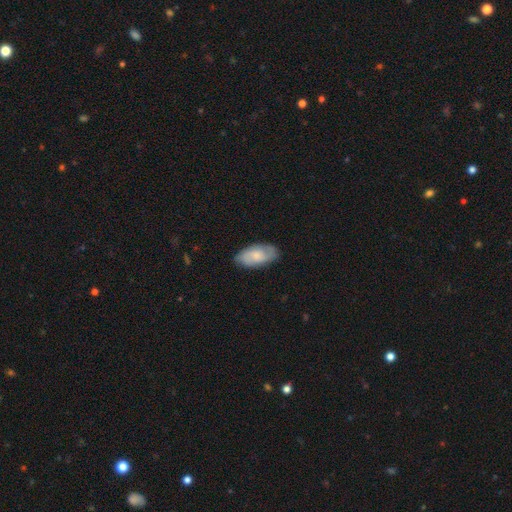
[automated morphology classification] Smooth or featured? Predicted: smooth (p=0.55). How rounded? Predicted: in between (p=0.92). Merging? Predicted: none (p=0.79).